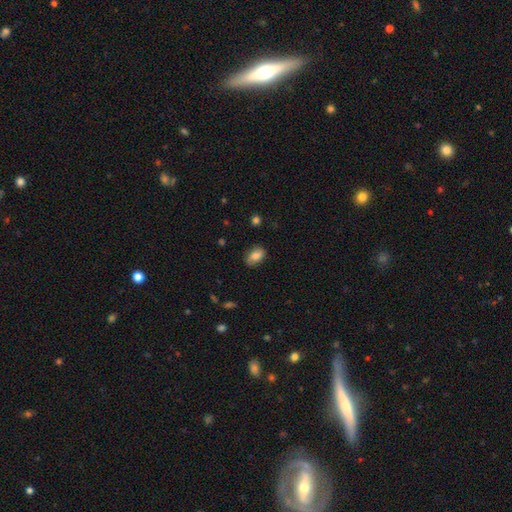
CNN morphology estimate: Overall: smooth (77%). How rounded: in between (87%). Merging: none (81%).